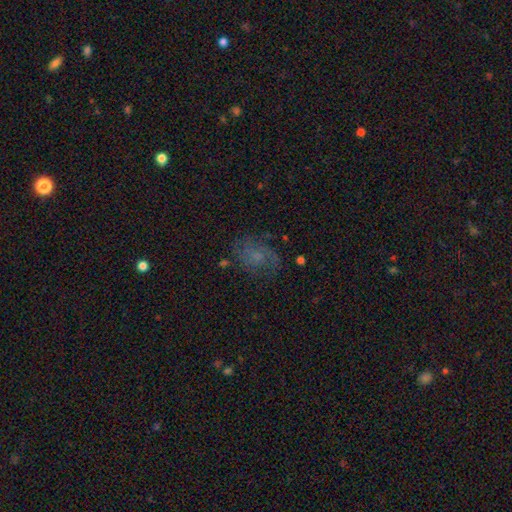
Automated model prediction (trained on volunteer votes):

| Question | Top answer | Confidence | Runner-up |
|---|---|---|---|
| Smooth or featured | featured or disk | 53% | smooth (31%) |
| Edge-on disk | no | 97% | yes (3%) |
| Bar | no | 71% | weak (25%) |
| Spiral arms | yes | 81% | no (19%) |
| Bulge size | small | 47% | moderate (27%) |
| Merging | none | 66% | minor disturbance (19%) |